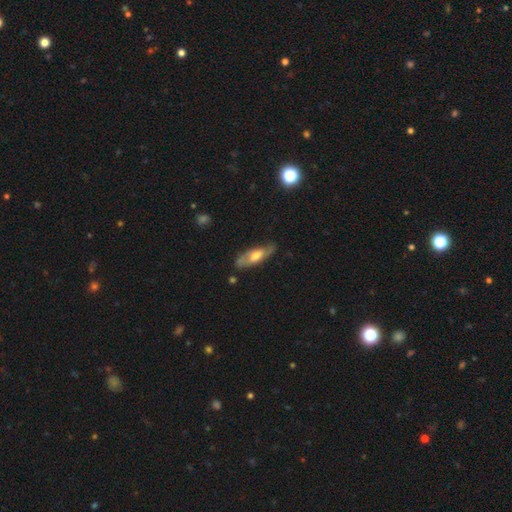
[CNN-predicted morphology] A featured or disk galaxy (56%).

Vote fractions:
- Smooth or featured? featured or disk: 56% / smooth: 38% / star or artifact: 6%
- Edge-on disk? no: 66% / yes: 34%
- Merging? none: 73% / minor disturbance: 20% / major disturbance: 5% / merger: 2%